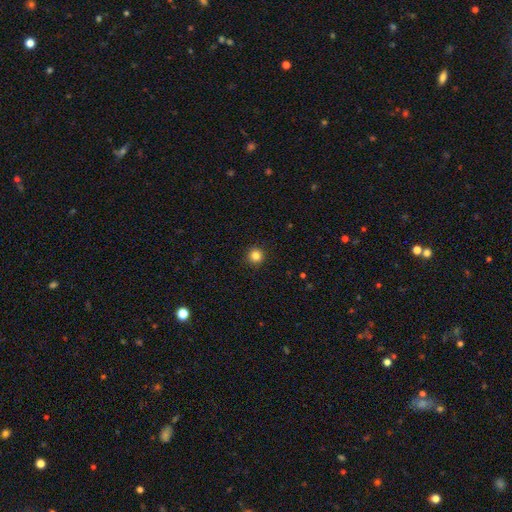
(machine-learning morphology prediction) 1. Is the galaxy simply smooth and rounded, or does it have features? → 84% smooth, 12% star or artifact, 4% featured or disk.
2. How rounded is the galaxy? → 95% round, 4% in between, 1% cigar-shaped.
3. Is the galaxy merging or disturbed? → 93% none, 5% minor disturbance, 2% major disturbance, 1% merger.